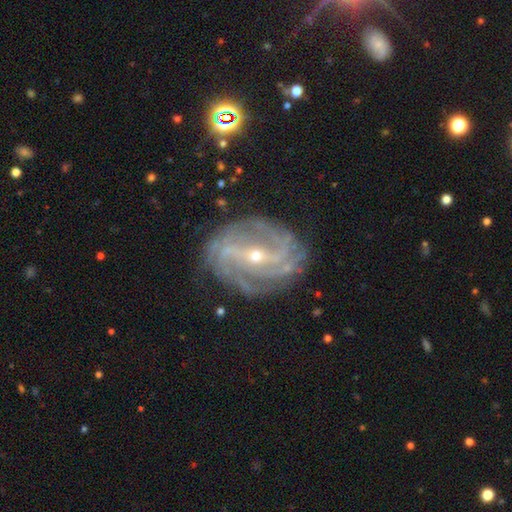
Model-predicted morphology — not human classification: A featured or disk galaxy (88%) with a strong bar (54%), 2 (32%) tight (46%) spiral arms (96%) and a small central bulge (71%). Merging: none (77%).